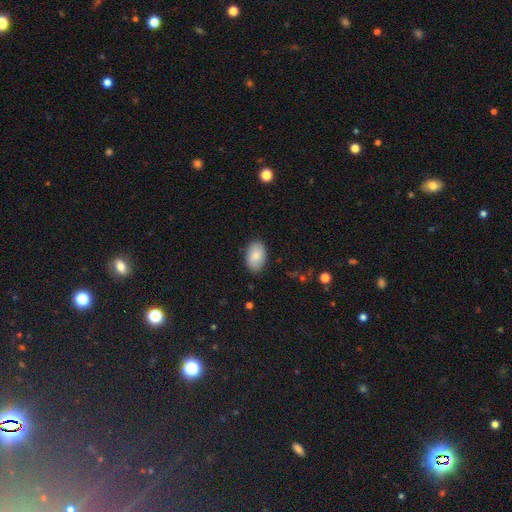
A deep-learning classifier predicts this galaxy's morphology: This appears to be a smooth galaxy with no disk features (85%) that is in between round and cigar-shaped (92%). Merging: none (86%).